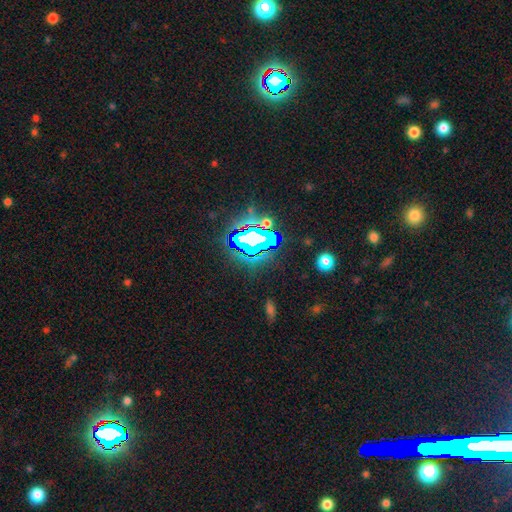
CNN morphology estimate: smooth-or-featured: star or artifact: 82% | smooth: 11% | featured or disk: 8%